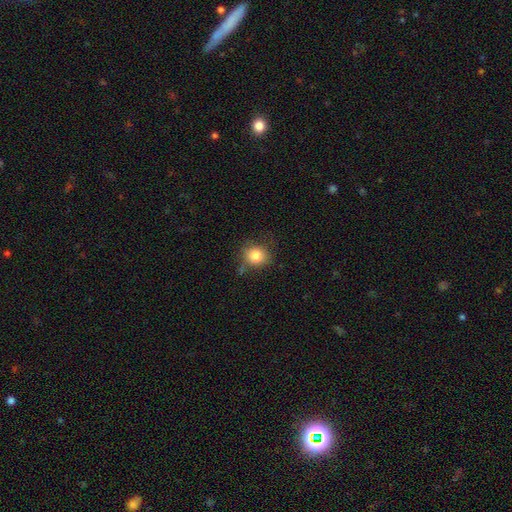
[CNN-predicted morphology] smooth_or_featured: smooth (p=0.83) [alt: star or artifact p=0.10]
how_rounded: round (p=0.75) [alt: in between p=0.24]
merging: none (p=0.68) [alt: minor disturbance p=0.21]